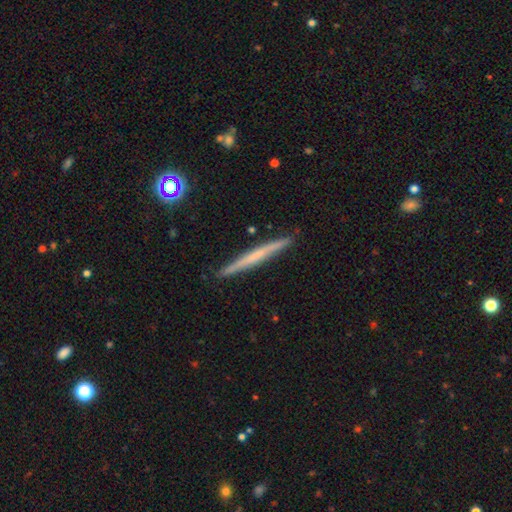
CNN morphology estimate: A featured or disk galaxy (52%) viewed edge-on (97%) with no central bulge (77%). Merging: none (91%).